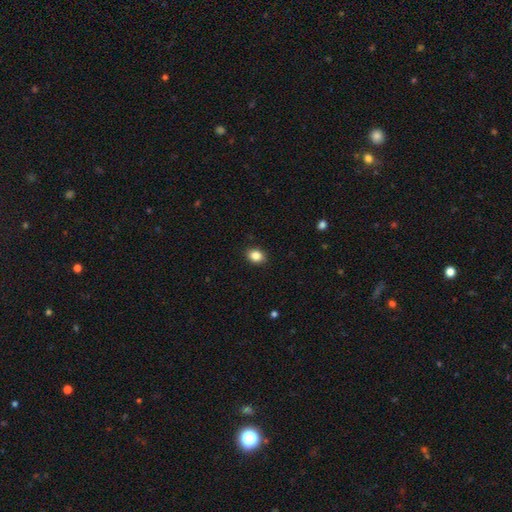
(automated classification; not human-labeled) The model was most divided on "how rounded": in between: 61%, round: 38%, cigar-shaped: 1%. More confident: merging — none (89%); smooth or featured — smooth (86%).